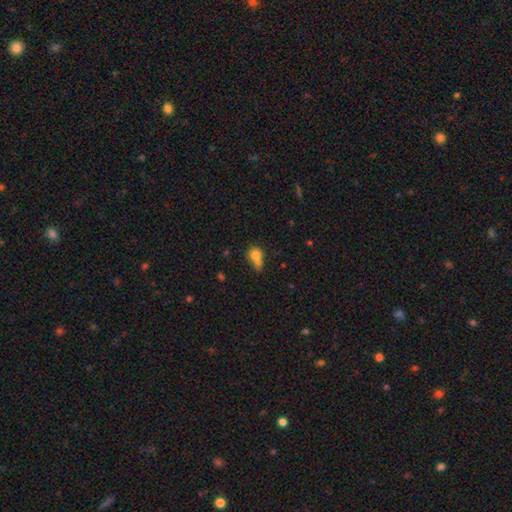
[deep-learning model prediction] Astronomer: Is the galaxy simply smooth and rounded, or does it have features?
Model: smooth — 74%.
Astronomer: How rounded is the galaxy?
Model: round — 71%.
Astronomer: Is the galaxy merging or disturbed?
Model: merger — 54% (runner-up: none, 30%).